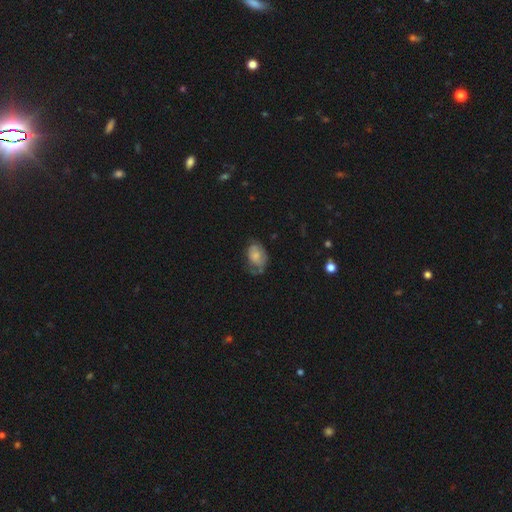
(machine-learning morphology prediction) A smooth galaxy with no disk features (60%) that is in between round and cigar-shaped (82%).

Vote fractions:
- Smooth or featured? smooth: 60% / featured or disk: 31% / star or artifact: 8%
- How rounded? in between: 82% / round: 17% / cigar-shaped: 1%
- Merging? none: 42% / minor disturbance: 35% / major disturbance: 20% / merger: 2%